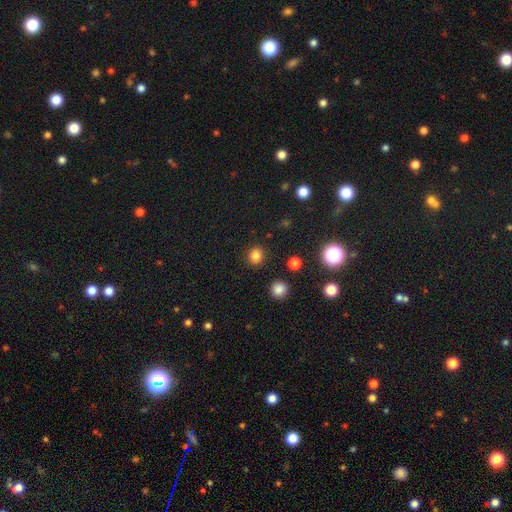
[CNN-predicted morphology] Q: Smooth or featured?
A: smooth (81%); runner-up: star or artifact (14%)
Q: How rounded?
A: round (83%); runner-up: in between (16%)
Q: Merging?
A: none (89%); runner-up: minor disturbance (7%)